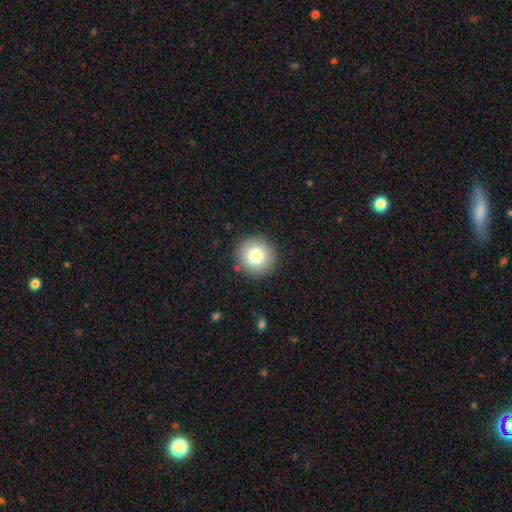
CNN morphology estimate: Smooth or featured? smooth (81%)
How rounded? round (92%)
Merging? none (90%)